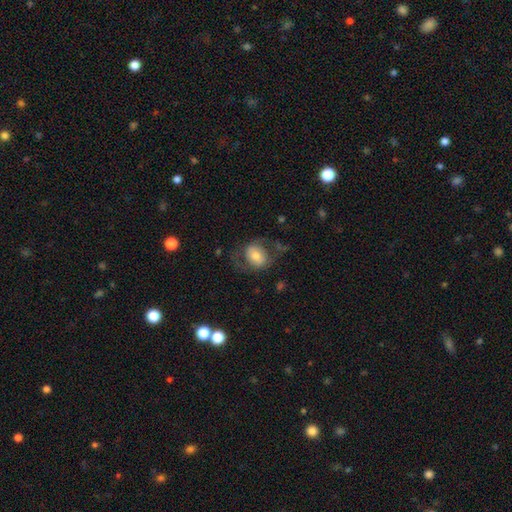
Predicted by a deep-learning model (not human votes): Q: Smooth or featured?
A: smooth (56%); runner-up: featured or disk (35%)
Q: How rounded?
A: in between (53%); runner-up: round (46%)
Q: Merging?
A: none (58%); runner-up: major disturbance (21%)